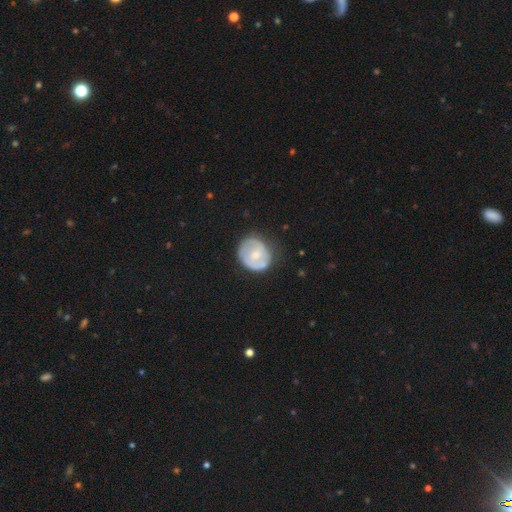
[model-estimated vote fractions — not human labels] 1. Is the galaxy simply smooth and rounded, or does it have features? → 54% featured or disk, 41% smooth, 5% star or artifact.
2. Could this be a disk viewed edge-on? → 98% no, 2% yes.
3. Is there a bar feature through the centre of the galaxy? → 59% no, 34% weak, 7% strong.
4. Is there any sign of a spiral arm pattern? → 65% yes, 35% no.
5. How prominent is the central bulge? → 46% small, 44% moderate, 6% none, 3% large, 1% dominant.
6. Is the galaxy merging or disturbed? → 62% none, 26% minor disturbance, 9% major disturbance, 3% merger.